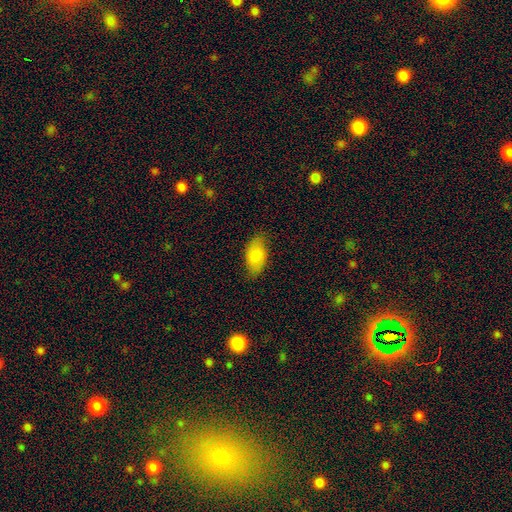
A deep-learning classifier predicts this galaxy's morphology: Smooth or featured: smooth — 78% (featured or disk — 16%)
How rounded: in between — 94% (round — 3%)
Merging: none — 75% (minor disturbance — 20%)